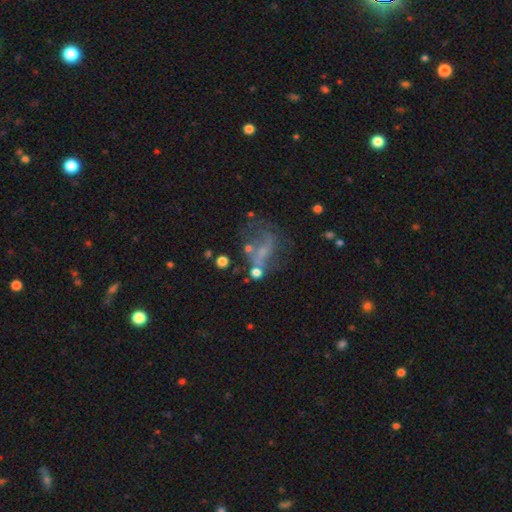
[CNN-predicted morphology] A featured or disk galaxy (47%). Merging: none (35%).